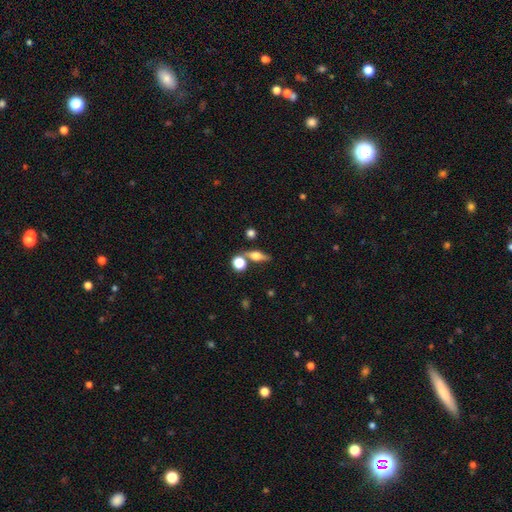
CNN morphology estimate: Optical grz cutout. It shows a featured or disk galaxy (45%). Merging: none (71%).